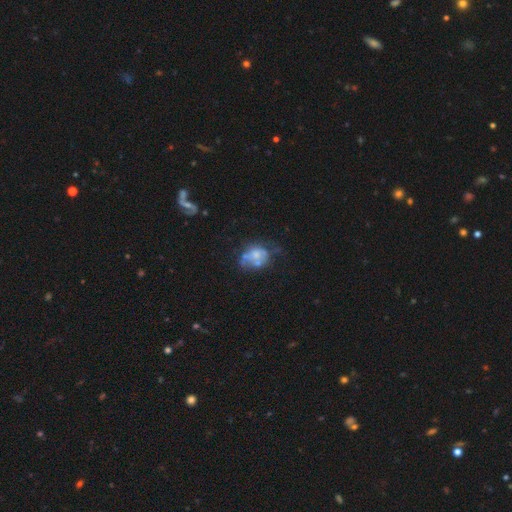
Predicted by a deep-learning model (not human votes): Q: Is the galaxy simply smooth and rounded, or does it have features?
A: featured or disk — 45%.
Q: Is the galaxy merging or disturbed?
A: none — 30%.